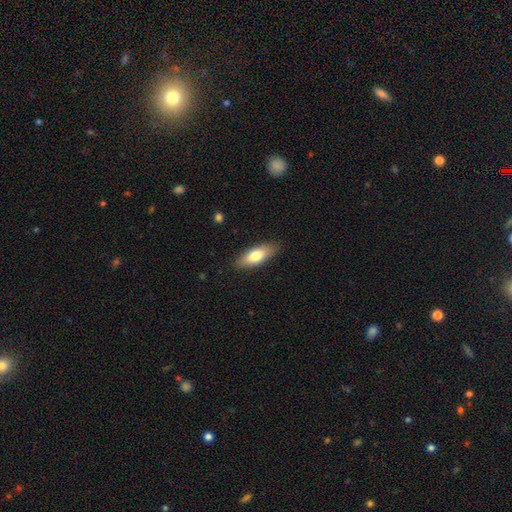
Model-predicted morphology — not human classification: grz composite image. It shows a smooth galaxy with no disk features (75%) that is in between round and cigar-shaped (70%). Merging: none (87%).